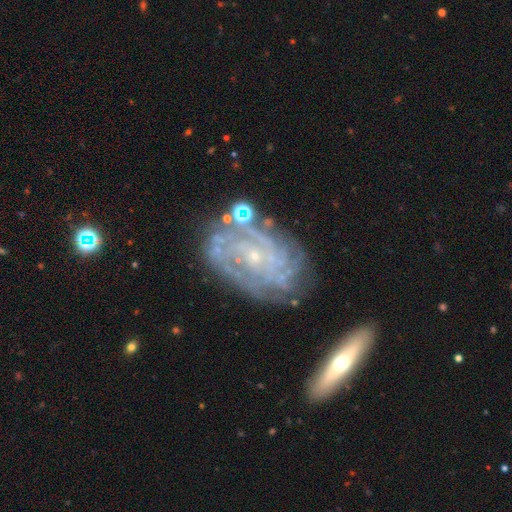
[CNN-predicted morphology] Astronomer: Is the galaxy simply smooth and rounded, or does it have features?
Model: featured or disk — 86%.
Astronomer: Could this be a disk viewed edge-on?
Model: no — 95%.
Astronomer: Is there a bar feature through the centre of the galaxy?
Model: no — 72%.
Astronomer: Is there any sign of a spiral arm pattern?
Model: yes — 95%.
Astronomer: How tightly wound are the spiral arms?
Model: tight — 72%.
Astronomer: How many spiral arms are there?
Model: can't tell — 34% (runner-up: 4, 23%).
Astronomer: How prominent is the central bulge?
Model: small — 83%.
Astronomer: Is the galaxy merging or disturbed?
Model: none — 69%.